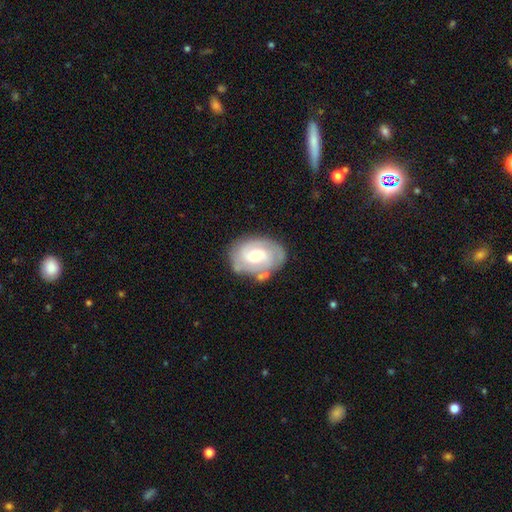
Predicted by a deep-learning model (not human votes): A featured or disk galaxy (69%) with no bar (53%), 2 (51%) tight (48%) spiral arms (87%) and a moderate central bulge (56%).

Vote fractions:
- Smooth or featured? featured or disk: 69% / smooth: 26% / star or artifact: 6%
- Edge-on disk? no: 97% / yes: 3%
- Bar? no: 53% / weak: 40% / strong: 7%
- Spiral arms? yes: 87% / no: 13%
- Spiral winding? tight: 48% / medium: 39% / loose: 12%
- Spiral arm count? 2: 51% / can't tell: 25% / 3: 14% / 1: 5% / 4: 3% / more than 4: 2%
- Bulge size? moderate: 56% / small: 33% / large: 7% / none: 2% / dominant: 1%
- Merging? none: 67% / minor disturbance: 20% / major disturbance: 7% / merger: 6%